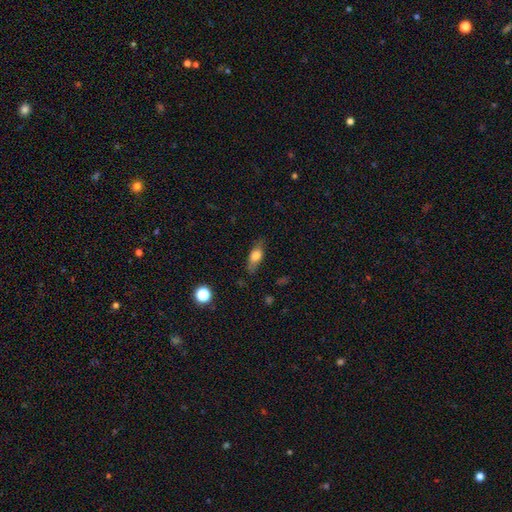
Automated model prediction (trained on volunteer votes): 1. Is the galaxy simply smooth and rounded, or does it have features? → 68% smooth, 23% featured or disk, 8% star or artifact.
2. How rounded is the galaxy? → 70% in between, 24% cigar-shaped, 7% round.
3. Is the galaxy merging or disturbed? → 76% none, 17% minor disturbance, 4% major disturbance, 2% merger.